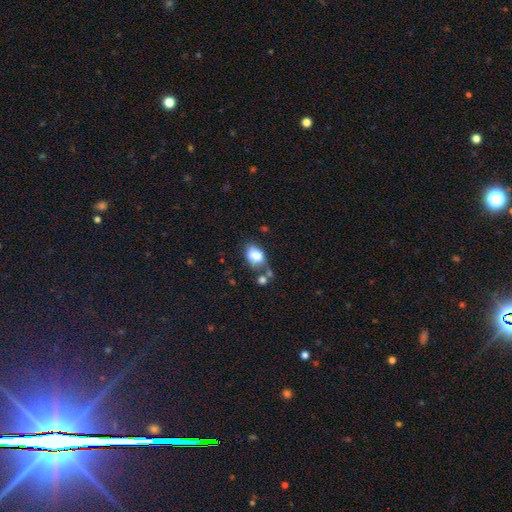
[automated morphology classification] This appears to be a smooth galaxy with no disk features (77%) that is in between round and cigar-shaped (80%). Merging: none (40%).